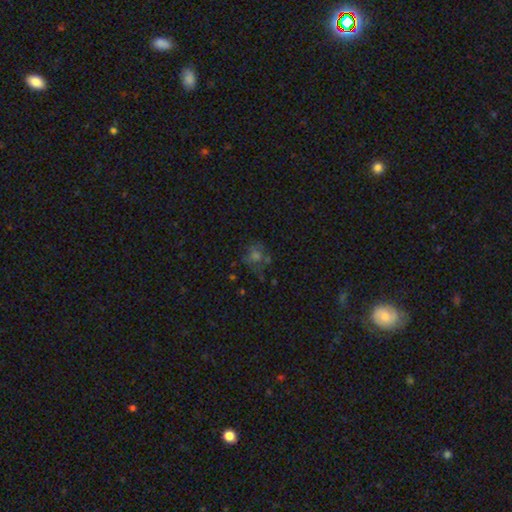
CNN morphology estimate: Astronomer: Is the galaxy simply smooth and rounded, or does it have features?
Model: smooth — 46% (runner-up: star or artifact, 33%).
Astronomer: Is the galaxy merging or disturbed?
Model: none — 64%.